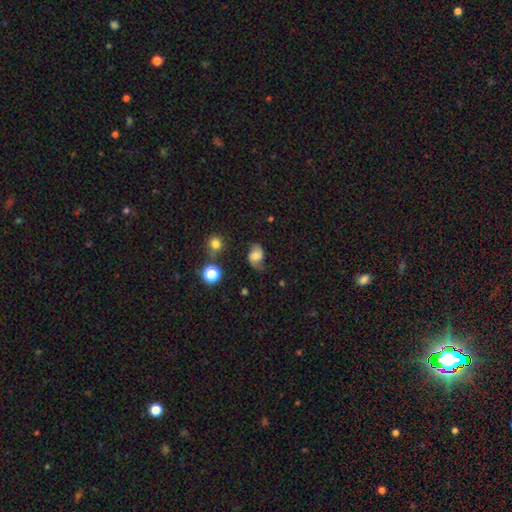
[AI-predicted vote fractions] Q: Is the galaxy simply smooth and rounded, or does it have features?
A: featured or disk — 50%.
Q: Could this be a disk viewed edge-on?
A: no — 97%.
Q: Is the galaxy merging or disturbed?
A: none — 63%.